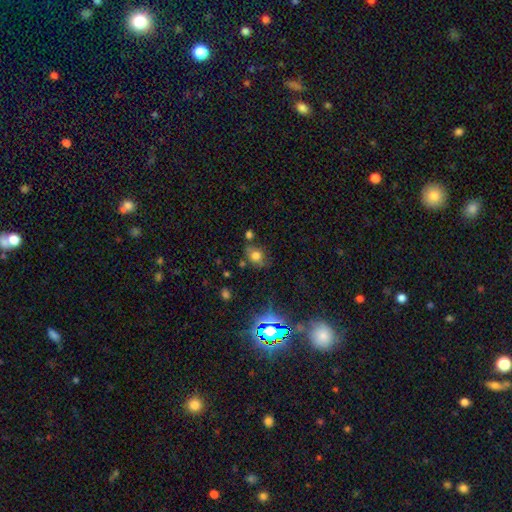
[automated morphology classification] A smooth galaxy with no disk features (67%) that is in between round and cigar-shaped (57%). Merging: none (63%).